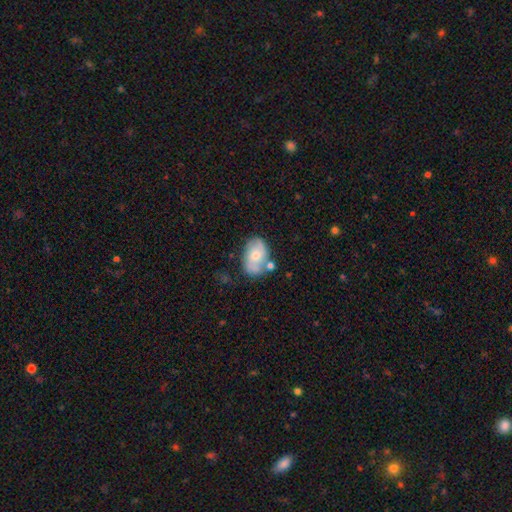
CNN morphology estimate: A featured or disk galaxy (48%). Merging: none (57%).